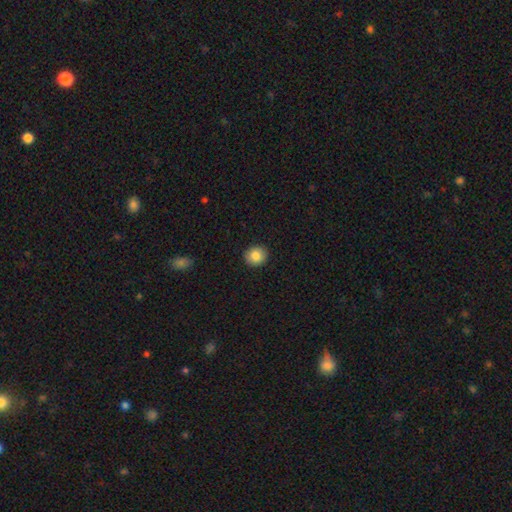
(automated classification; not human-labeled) Smooth or featured? smooth (85%)
How rounded? round (84%)
Merging? none (91%)